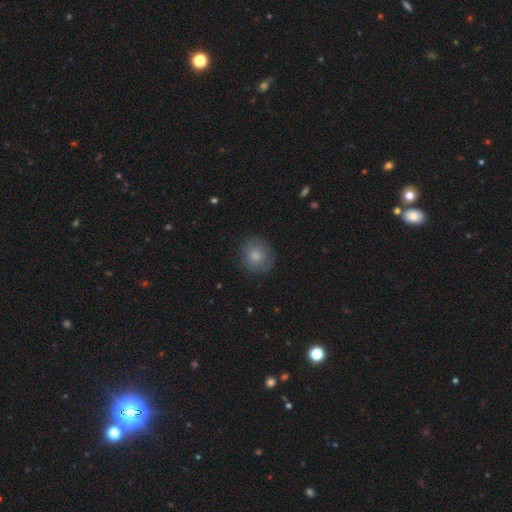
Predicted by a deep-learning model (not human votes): Q: Smooth or featured?
A: smooth (80%); runner-up: featured or disk (12%)
Q: How rounded?
A: round (88%); runner-up: in between (11%)
Q: Merging?
A: none (83%); runner-up: minor disturbance (12%)